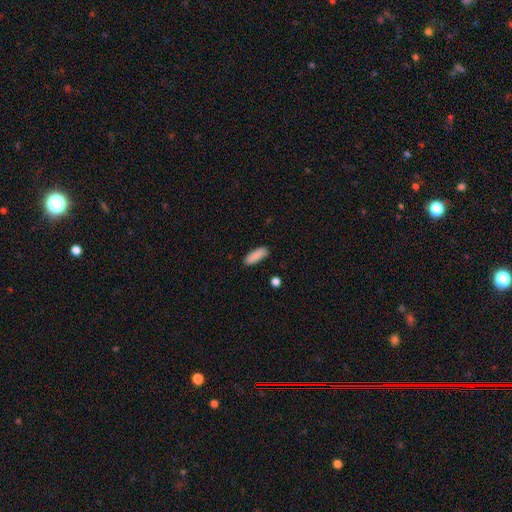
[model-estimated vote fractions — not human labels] Smooth or featured? smooth (89%)
How rounded? in between (58%)
Merging? none (87%)